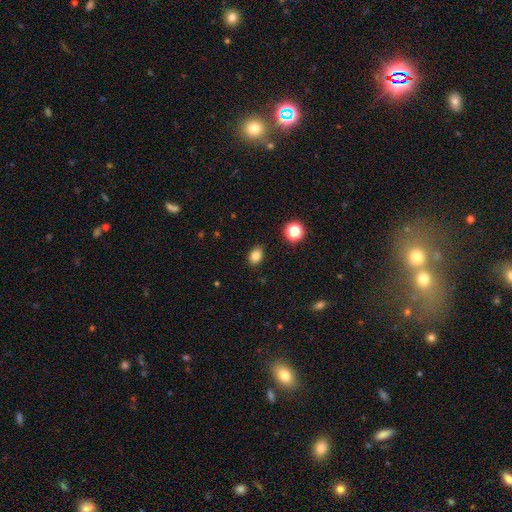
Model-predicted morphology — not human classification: smooth_or_featured: smooth (p=0.83) [alt: star or artifact p=0.12]
how_rounded: in between (p=0.71) [alt: round p=0.28]
merging: none (p=0.87) [alt: minor disturbance p=0.09]